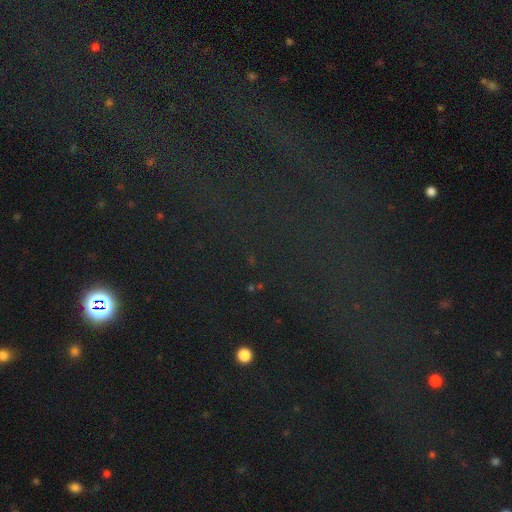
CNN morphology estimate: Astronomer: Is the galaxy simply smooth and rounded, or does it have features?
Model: star or artifact — 75%.